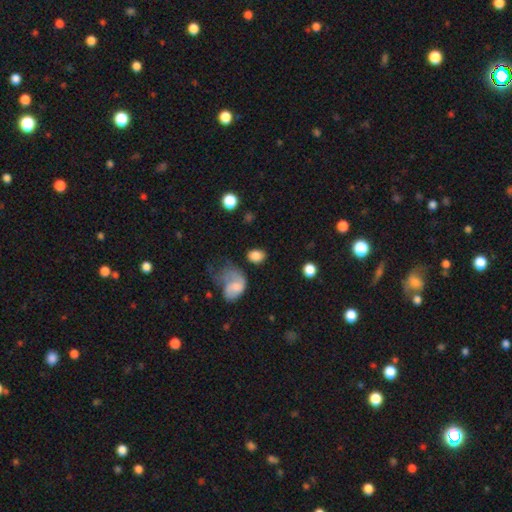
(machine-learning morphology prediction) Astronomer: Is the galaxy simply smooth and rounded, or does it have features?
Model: smooth — 83%.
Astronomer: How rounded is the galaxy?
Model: in between — 70%.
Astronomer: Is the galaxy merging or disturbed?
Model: none — 65%.